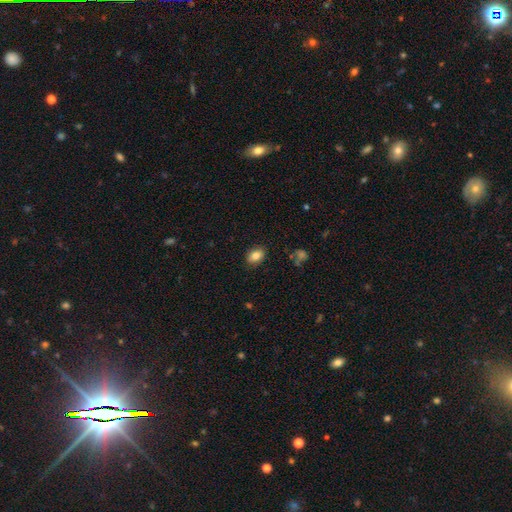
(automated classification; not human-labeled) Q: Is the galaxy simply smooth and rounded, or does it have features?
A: smooth — 83%.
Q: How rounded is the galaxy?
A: in between — 79%.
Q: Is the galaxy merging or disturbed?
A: none — 86%.